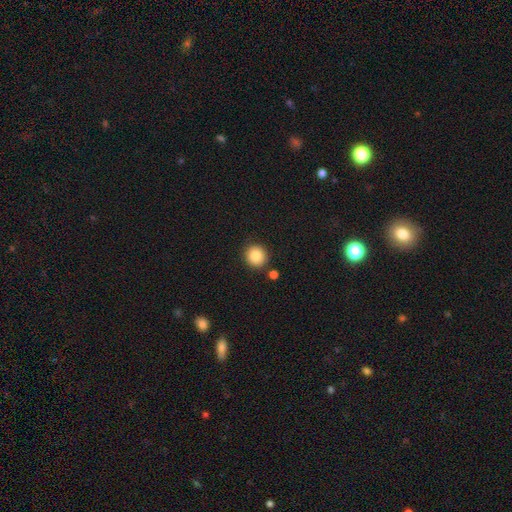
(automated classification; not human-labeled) Morphology: type=smooth (85%); roundness=round (91%); merging=none (87%).